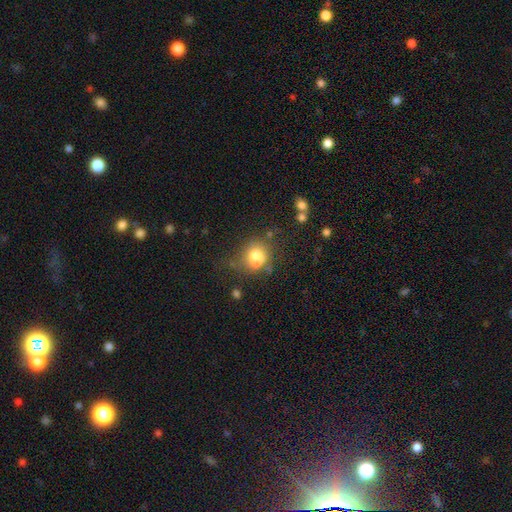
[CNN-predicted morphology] A smooth galaxy with no disk features (68%) that is round (78%).

Vote fractions:
- Smooth or featured? smooth: 68% / featured or disk: 19% / star or artifact: 13%
- How rounded? round: 78% / in between: 21% / cigar-shaped: 1%
- Merging? none: 45% / merger: 33% / minor disturbance: 15% / major disturbance: 7%